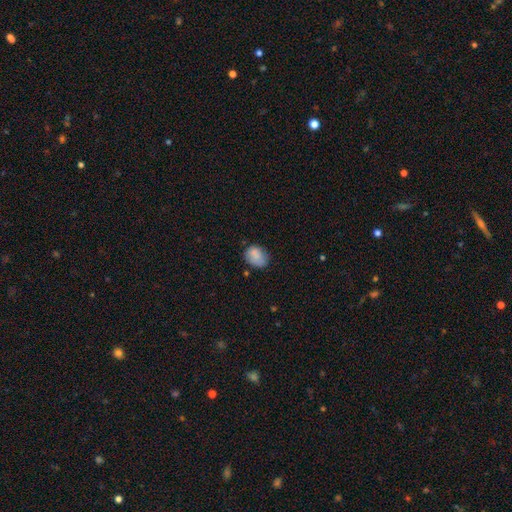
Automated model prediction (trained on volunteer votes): Smooth or featured?
  - smooth: 83% *
  - featured or disk: 9%
  - star or artifact: 8%
How rounded?
  - in between: 59% *
  - round: 40%
  - cigar-shaped: 1%
Merging?
  - none: 66% *
  - minor disturbance: 25%
  - major disturbance: 6%
  - merger: 3%